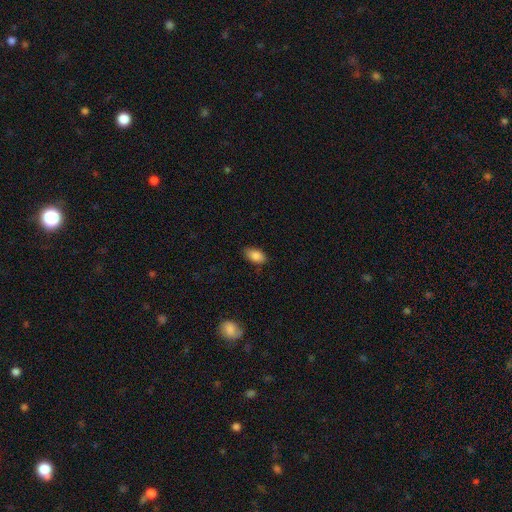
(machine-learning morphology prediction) This appears to be a smooth galaxy with no disk features (86%) that is in between round and cigar-shaped (92%). Merging: none (82%).